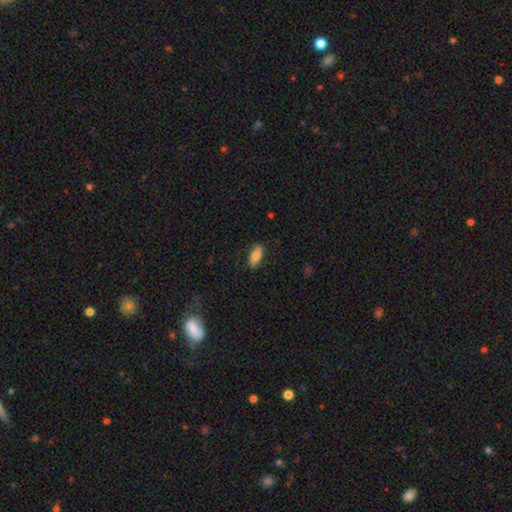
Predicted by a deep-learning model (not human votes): smooth 81%, featured or disk 12%, star or artifact 7%. Down the decision tree: how rounded — in between (81%); merging — none (85%).